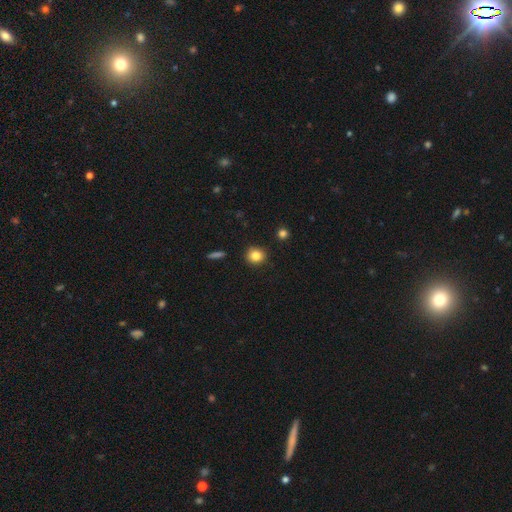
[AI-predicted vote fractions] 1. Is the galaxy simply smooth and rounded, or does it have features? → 83% smooth, 10% star or artifact, 6% featured or disk.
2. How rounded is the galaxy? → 88% round, 11% in between, 1% cigar-shaped.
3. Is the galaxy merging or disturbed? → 91% none, 6% minor disturbance, 2% major disturbance, 2% merger.